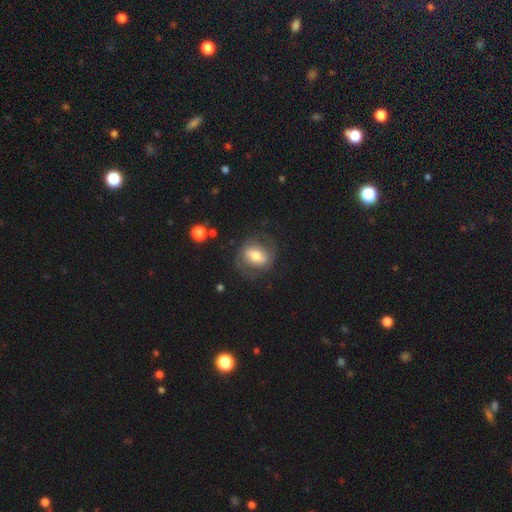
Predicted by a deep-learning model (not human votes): Q: Smooth or featured?
A: featured or disk (54%); runner-up: smooth (39%)
Q: Edge-on disk?
A: no (95%); runner-up: yes (5%)
Q: Bar?
A: weak (38%); runner-up: strong (36%)
Q: Spiral arms?
A: yes (73%); runner-up: no (27%)
Q: Bulge size?
A: moderate (62%); runner-up: large (21%)
Q: Merging?
A: none (68%); runner-up: minor disturbance (17%)